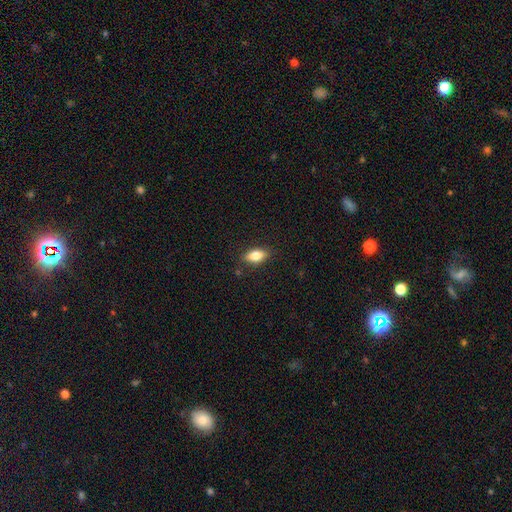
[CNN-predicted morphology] This appears to be a smooth galaxy with no disk features (79%) that is in between round and cigar-shaped (86%). Merging: none (86%).